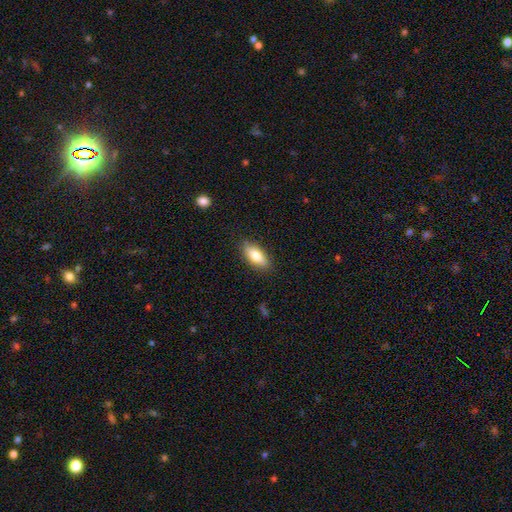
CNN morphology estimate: smooth_or_featured: smooth (p=0.78) [alt: featured or disk p=0.15]
how_rounded: in between (p=0.84) [alt: cigar-shaped p=0.14]
merging: none (p=0.86) [alt: minor disturbance p=0.11]